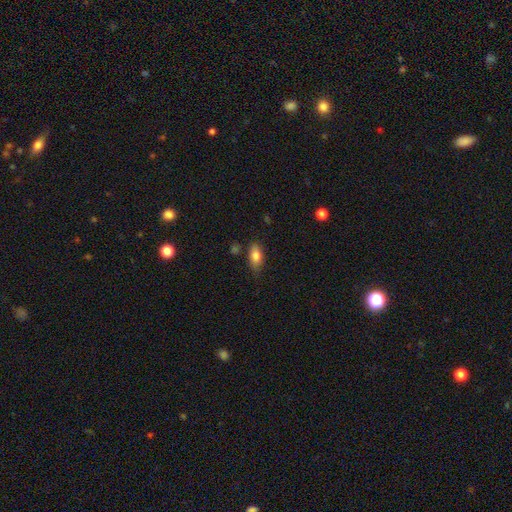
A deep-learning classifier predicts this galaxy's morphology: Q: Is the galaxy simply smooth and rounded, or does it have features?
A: smooth — 82%.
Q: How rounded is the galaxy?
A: in between — 87%.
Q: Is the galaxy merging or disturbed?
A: none — 70%.